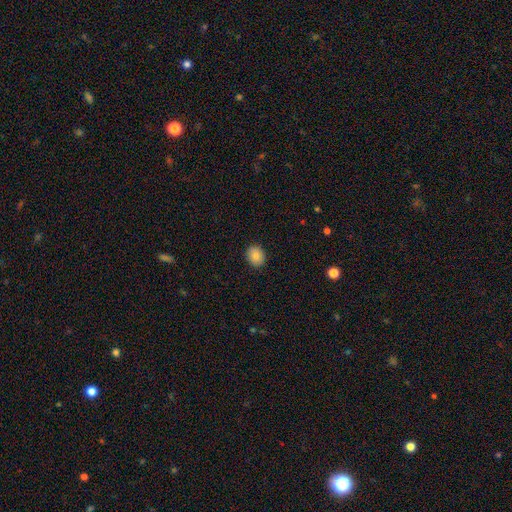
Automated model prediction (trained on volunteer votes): Smooth or featured: smooth — 83% (star or artifact — 9%)
How rounded: round — 61% (in between — 38%)
Merging: none — 90% (minor disturbance — 7%)